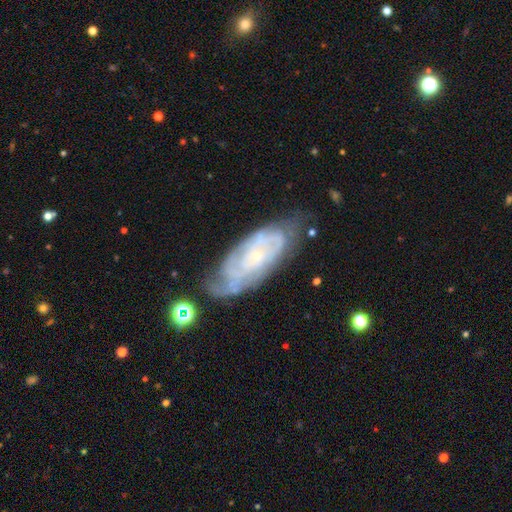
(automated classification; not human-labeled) Smooth or featured?
  - featured or disk: 78% *
  - smooth: 15%
  - star or artifact: 7%
Edge-on disk?
  - no: 90% *
  - yes: 10%
Bar?
  - no: 77% *
  - weak: 18%
  - strong: 5%
Spiral arms?
  - yes: 88% *
  - no: 12%
Spiral winding?
  - tight: 71% *
  - medium: 23%
  - loose: 6%
Spiral arm count?
  - can't tell: 53% *
  - 2: 15%
  - 3: 12%
  - 4: 10%
  - more than 4: 5%
  - 1: 4%
Bulge size?
  - small: 82% *
  - moderate: 13%
  - none: 3%
  - large: 1%
  - dominant: 1%
Merging?
  - none: 60% *
  - minor disturbance: 26%
  - major disturbance: 11%
  - merger: 3%